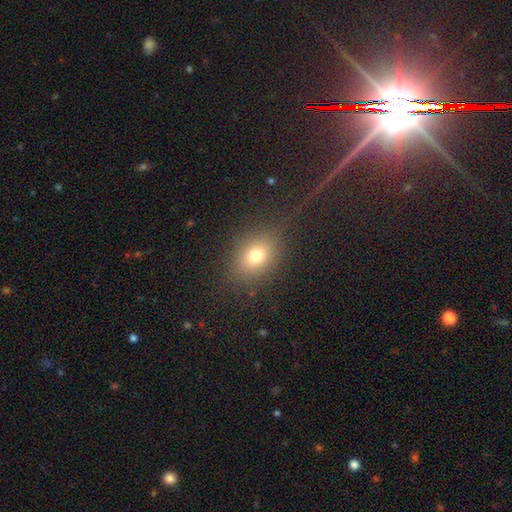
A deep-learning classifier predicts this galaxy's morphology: This appears to be a smooth galaxy with no disk features (74%) that is in between round and cigar-shaped (60%). Merging: none (73%).